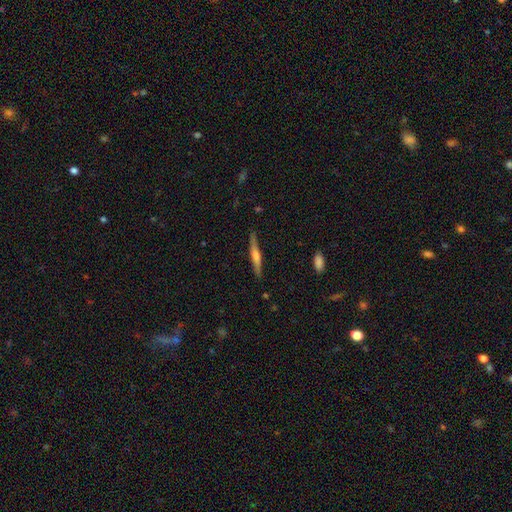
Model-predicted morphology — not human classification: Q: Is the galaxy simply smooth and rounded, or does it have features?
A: featured or disk — 67%.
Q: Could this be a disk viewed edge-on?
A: yes — 98%.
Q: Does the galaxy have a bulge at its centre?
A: rounded — 66%.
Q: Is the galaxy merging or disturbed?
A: none — 88%.